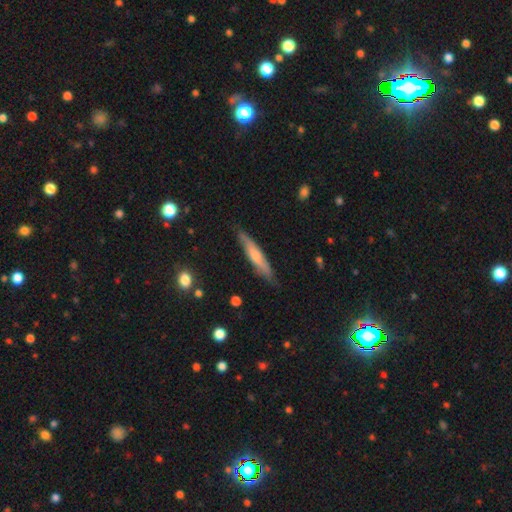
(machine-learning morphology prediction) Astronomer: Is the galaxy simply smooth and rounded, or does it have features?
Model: smooth — 56% (runner-up: featured or disk, 39%).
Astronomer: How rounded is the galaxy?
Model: cigar-shaped — 88%.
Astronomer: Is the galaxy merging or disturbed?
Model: none — 79%.